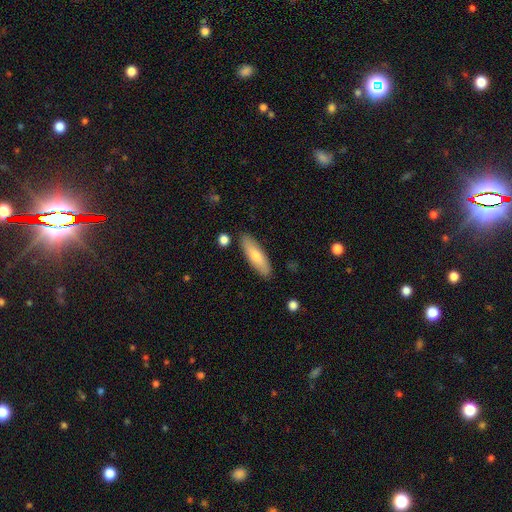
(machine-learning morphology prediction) type=smooth (72%); roundness=cigar-shaped (58%); merging=none (87%).